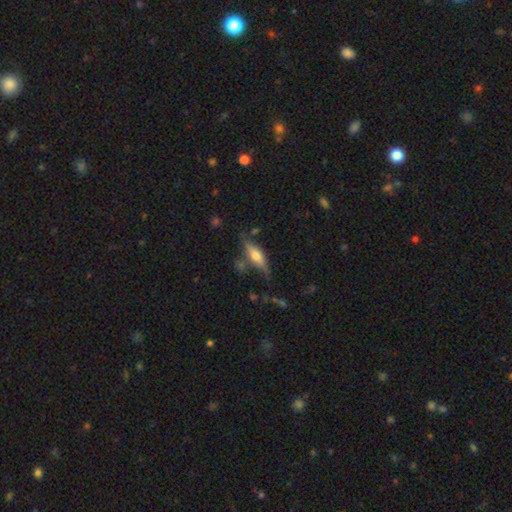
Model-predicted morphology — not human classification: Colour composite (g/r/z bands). It shows a featured or disk galaxy (52%) viewed edge-on (88%). Merging: none (66%).